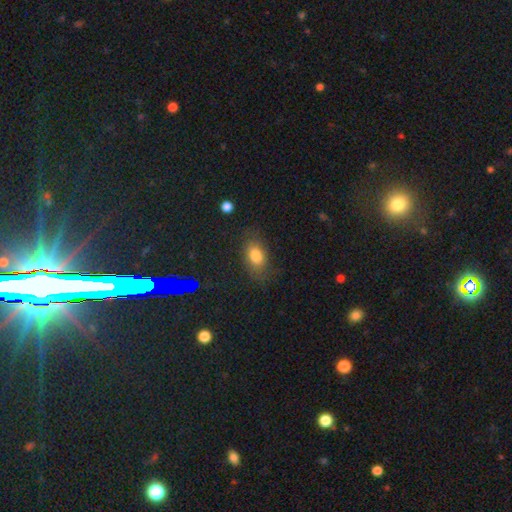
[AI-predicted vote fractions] smooth_or_featured: smooth (p=0.76) [alt: featured or disk p=0.13]
how_rounded: in between (p=0.82) [alt: round p=0.15]
merging: none (p=0.70) [alt: minor disturbance p=0.20]